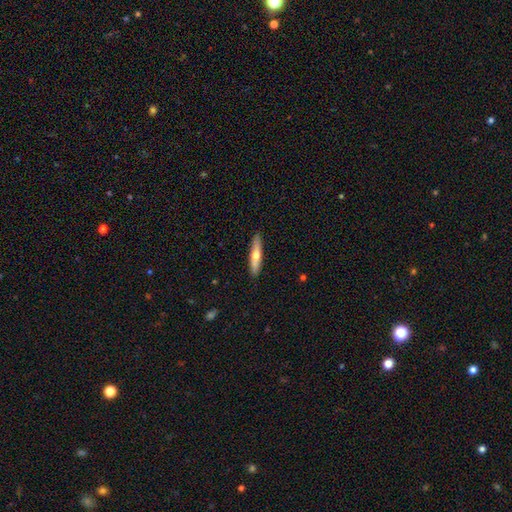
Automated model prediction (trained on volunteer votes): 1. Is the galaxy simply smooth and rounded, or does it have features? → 56% smooth, 39% featured or disk, 5% star or artifact.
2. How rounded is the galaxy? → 86% cigar-shaped, 12% in between, 2% round.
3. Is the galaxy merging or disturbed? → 90% none, 7% minor disturbance, 1% major disturbance, 1% merger.